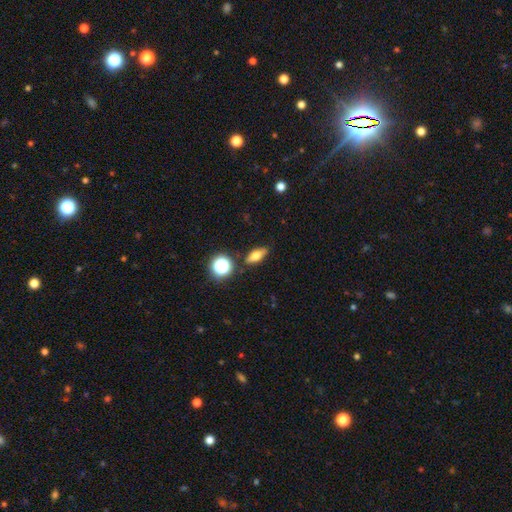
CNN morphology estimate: type=smooth (63%); roundness=in between (64%); merging=none (84%).